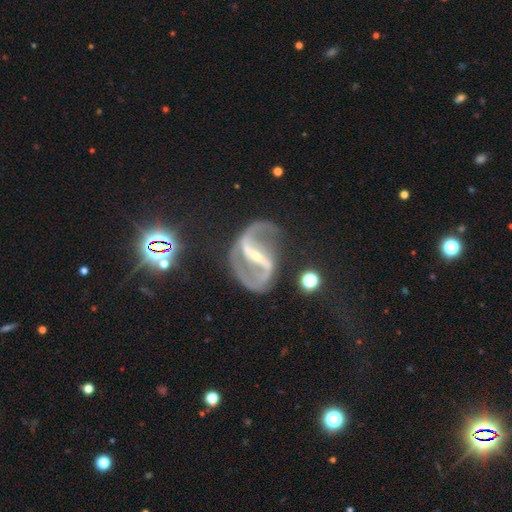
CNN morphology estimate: Overall: featured or disk (89%). Edge-on disk: no (96%). Bar: strong (75%). Spiral arms: yes (94%). Spiral arm count: 2 (91%). Spiral winding: medium (48%; loose 38%). Bulge size: small (62%). Merging: none (68%).